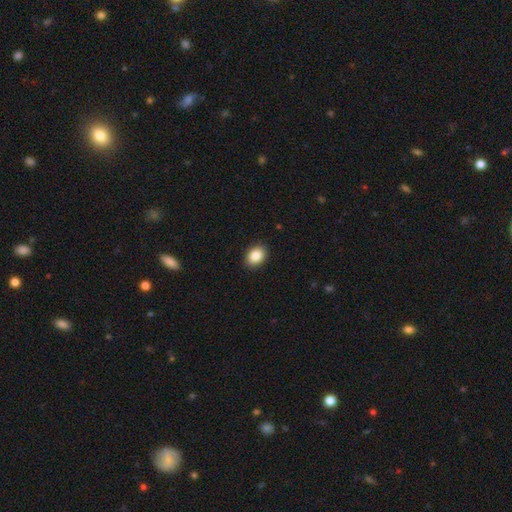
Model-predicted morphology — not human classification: Smooth or featured? Predicted: smooth (p=0.87). How rounded? Predicted: in between (p=0.67). Merging? Predicted: none (p=0.90).